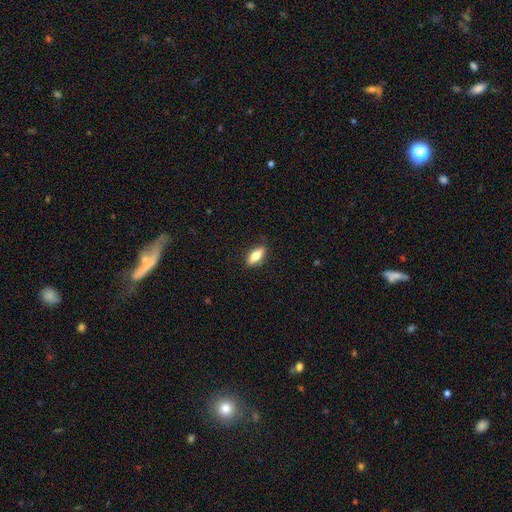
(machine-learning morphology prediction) This is likely a smooth galaxy (72%). How rounded: likely in between (64%). Merging: clearly none (86%).